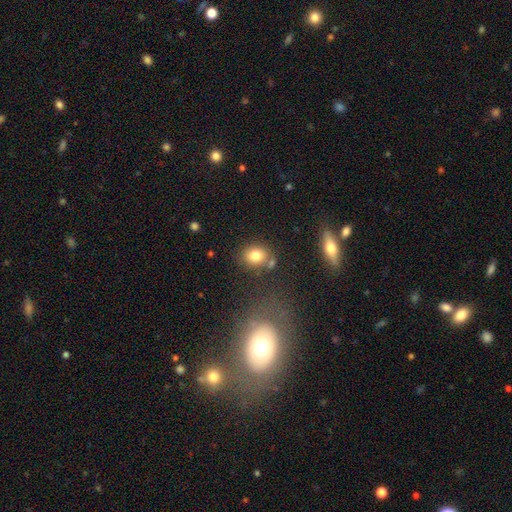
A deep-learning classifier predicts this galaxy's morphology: A smooth galaxy with no disk features (80%) that is round (57%).

Vote fractions:
- Smooth or featured? smooth: 80% / star or artifact: 11% / featured or disk: 9%
- How rounded? round: 57% / in between: 42% / cigar-shaped: 1%
- Merging? none: 72% / minor disturbance: 13% / merger: 12% / major disturbance: 4%